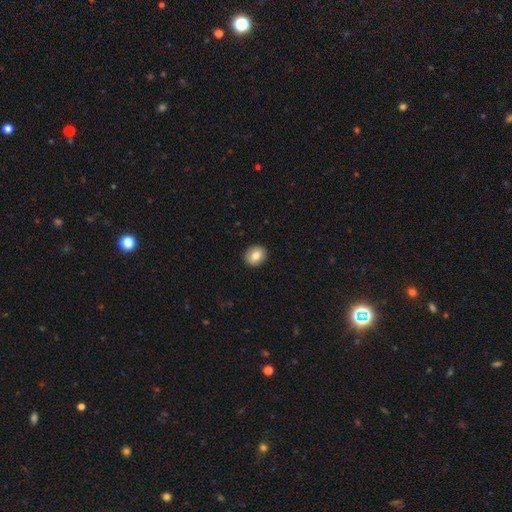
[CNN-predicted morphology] This appears to be a smooth galaxy with no disk features (80%) that is round (69%). Merging: none (91%).